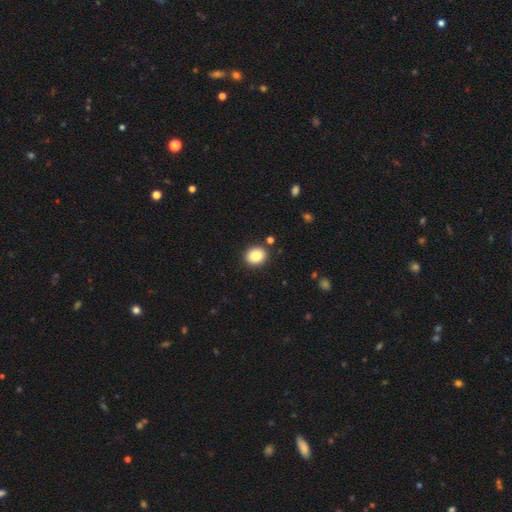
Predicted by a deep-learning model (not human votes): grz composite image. It shows a smooth galaxy with no disk features (85%) that is round (68%). Merging: none (89%).